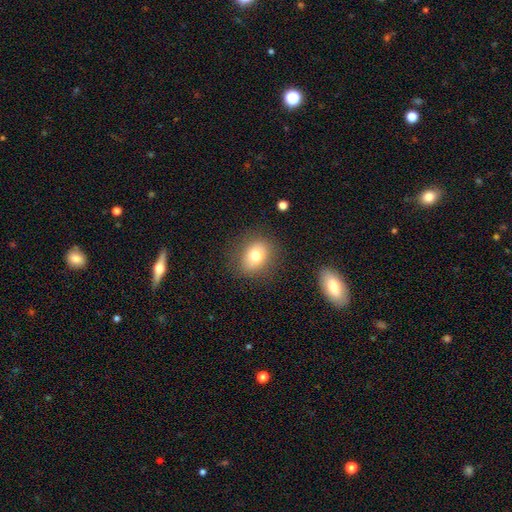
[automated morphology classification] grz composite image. It shows a smooth galaxy with no disk features (76%) that is in between round and cigar-shaped (52%). Merging: none (82%).